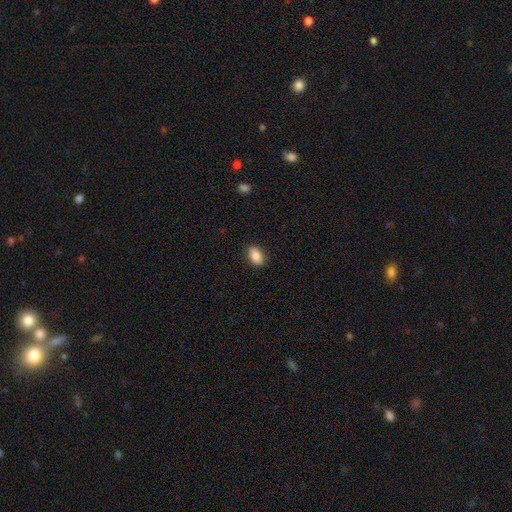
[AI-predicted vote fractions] smooth_or_featured: smooth (p=0.87) [alt: star or artifact p=0.08]
how_rounded: in between (p=0.89) [alt: round p=0.08]
merging: none (p=0.88) [alt: minor disturbance p=0.09]